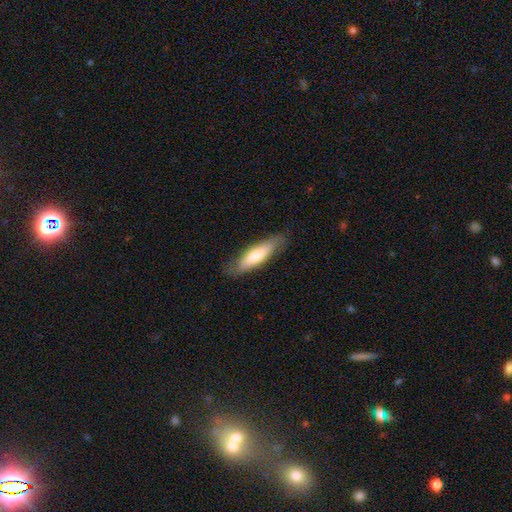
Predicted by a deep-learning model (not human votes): Smooth or featured: smooth — 70% (featured or disk — 24%)
How rounded: cigar-shaped — 65% (in between — 34%)
Merging: none — 81% (minor disturbance — 15%)